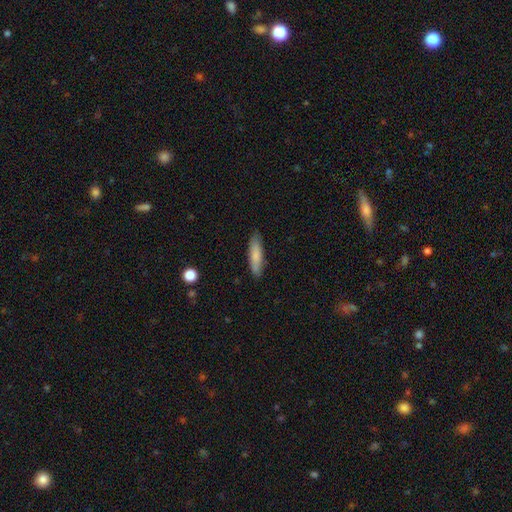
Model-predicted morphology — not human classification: type=smooth (80%); roundness=cigar-shaped (77%); merging=none (86%).